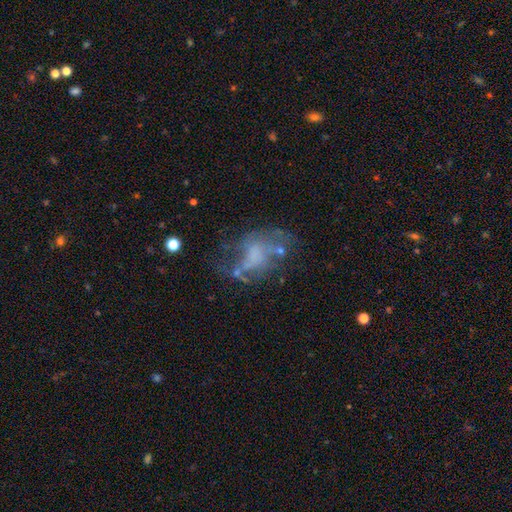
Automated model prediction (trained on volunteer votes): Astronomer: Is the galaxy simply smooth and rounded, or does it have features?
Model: featured or disk — 59%.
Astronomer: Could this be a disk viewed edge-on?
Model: no — 96%.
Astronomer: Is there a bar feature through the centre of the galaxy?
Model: no — 76%.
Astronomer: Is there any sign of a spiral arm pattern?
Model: no — 65%.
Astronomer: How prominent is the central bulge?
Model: none — 61%.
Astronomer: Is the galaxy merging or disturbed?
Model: none — 39% (runner-up: major disturbance, 33%).